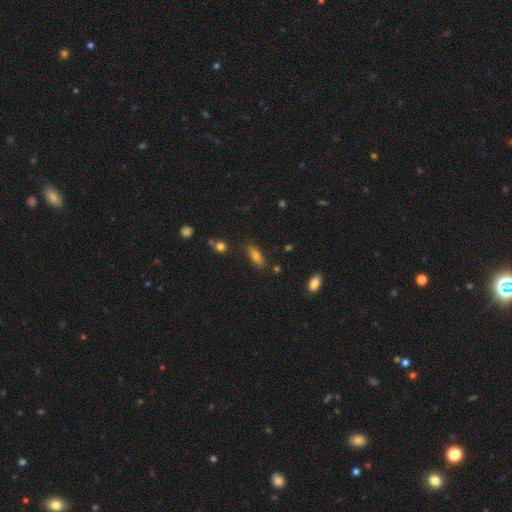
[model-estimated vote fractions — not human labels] Overall: smooth (75%). How rounded: in between (72%). Merging: none (76%).